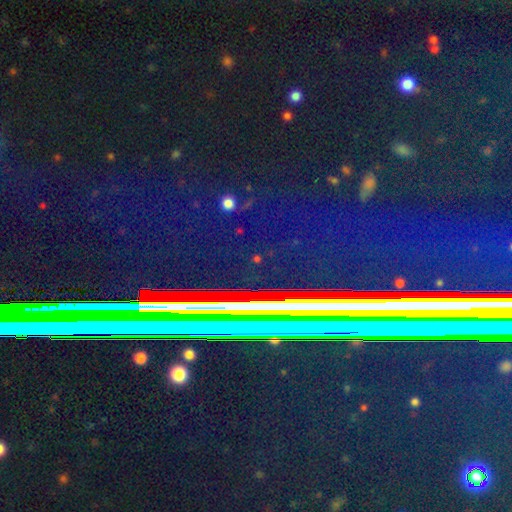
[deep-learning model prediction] A star or artifact, not a galaxy (80%).